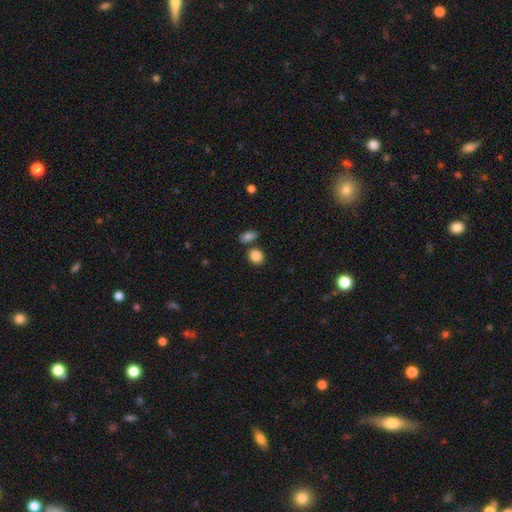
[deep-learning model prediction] A smooth galaxy with no disk features (86%) that is round (56%).

Vote fractions:
- Smooth or featured? smooth: 86% / star or artifact: 9% / featured or disk: 5%
- How rounded? round: 56% / in between: 43% / cigar-shaped: 1%
- Merging? none: 72% / merger: 14% / minor disturbance: 11% / major disturbance: 3%